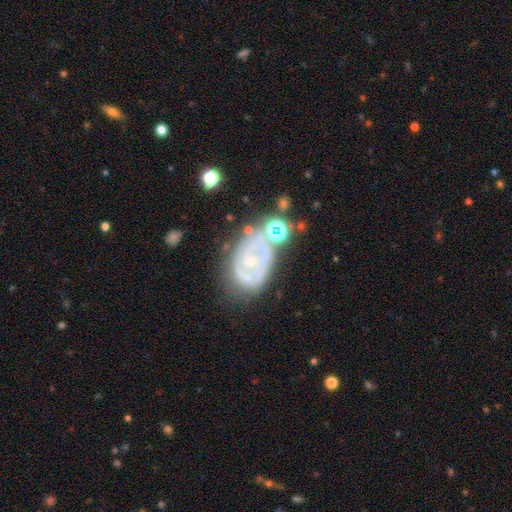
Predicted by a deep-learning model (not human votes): Smooth or featured: featured or disk — 67% (smooth — 20%)
Edge-on disk: no — 95% (yes — 5%)
Bar: no — 73% (weak — 20%)
Spiral arms: yes — 62% (no — 38%)
Bulge size: small — 70% (moderate — 20%)
Merging: none — 47% (minor disturbance — 23%)